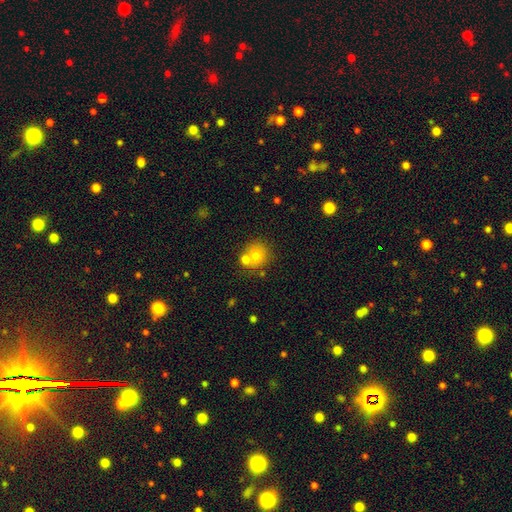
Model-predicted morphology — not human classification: This appears to be a smooth galaxy with no disk features (72%) that is round (84%). Merging: none (52%).